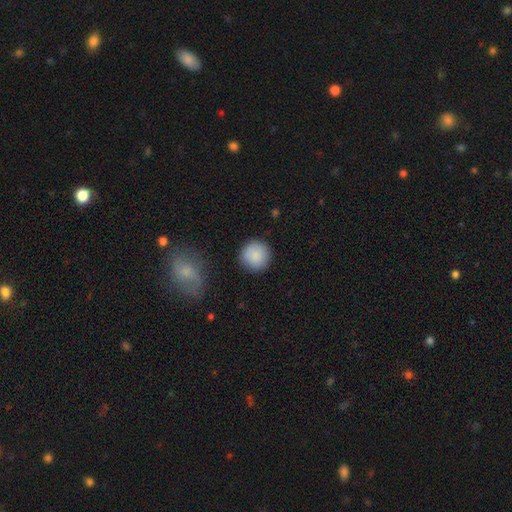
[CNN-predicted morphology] Smooth or featured?
  - smooth: 87% *
  - star or artifact: 7%
  - featured or disk: 6%
How rounded?
  - round: 95% *
  - in between: 4%
  - cigar-shaped: 1%
Merging?
  - none: 88% *
  - minor disturbance: 8%
  - major disturbance: 2%
  - merger: 2%